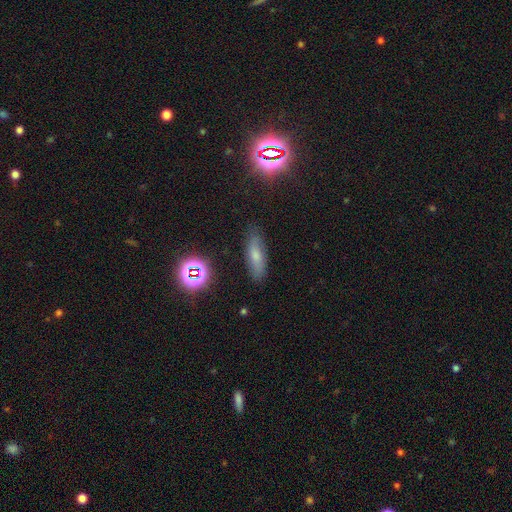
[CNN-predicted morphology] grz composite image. It shows a smooth galaxy with no disk features (63%) that is in between round and cigar-shaped (56%). Merging: none (81%).